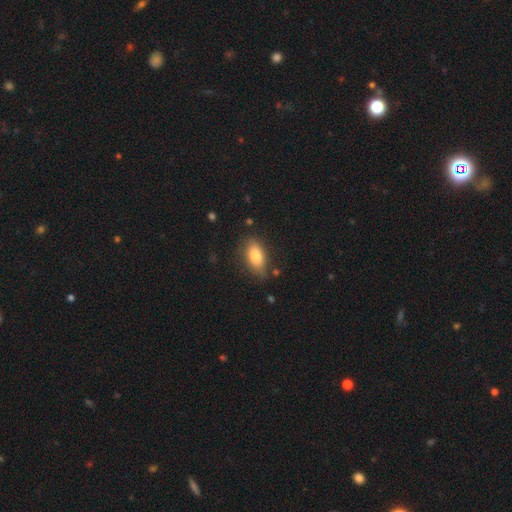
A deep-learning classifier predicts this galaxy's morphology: Overall: smooth (81%). How rounded: in between (88%). Merging: none (74%).